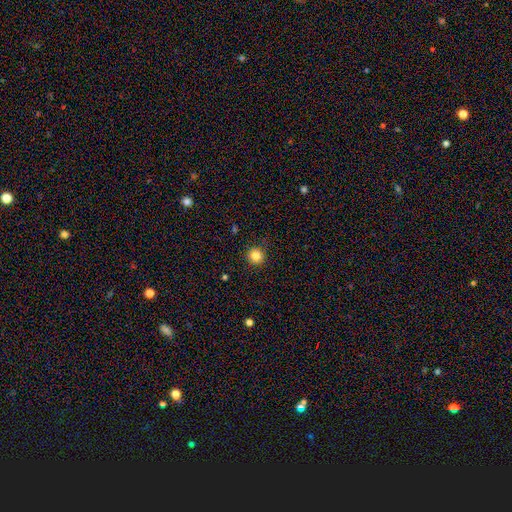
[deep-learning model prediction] The model was most divided on "smooth or featured": smooth: 83%, star or artifact: 11%, featured or disk: 5%. More confident: how rounded — round (95%); merging — none (90%).